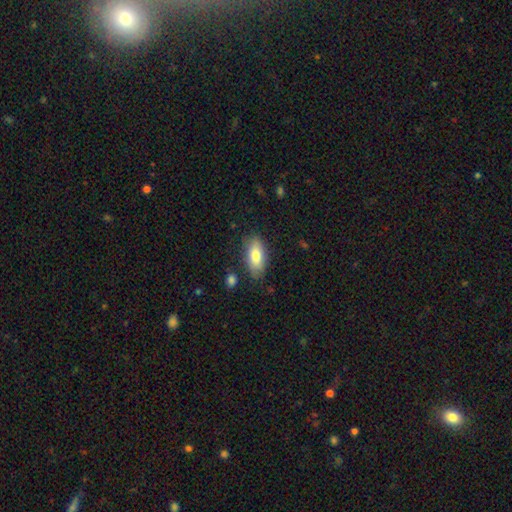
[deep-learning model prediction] Morphology: type=smooth (78%); roundness=in between (86%); merging=none (81%).